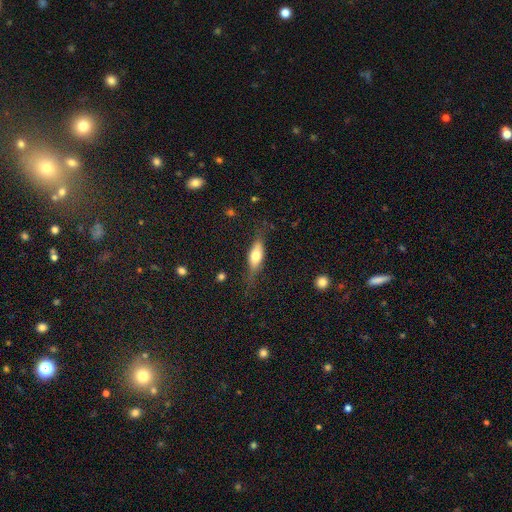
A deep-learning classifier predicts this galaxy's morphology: A smooth galaxy with no disk features (64%) that is in between round and cigar-shaped (61%).

Vote fractions:
- Smooth or featured? smooth: 64% / featured or disk: 30% / star or artifact: 7%
- How rounded? in between: 61% / cigar-shaped: 36% / round: 3%
- Merging? none: 70% / minor disturbance: 21% / major disturbance: 7% / merger: 2%